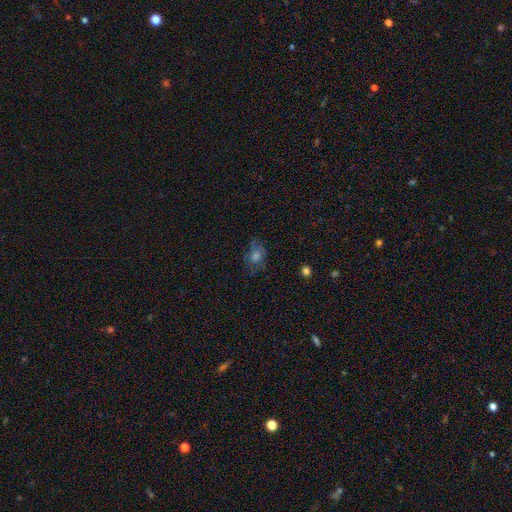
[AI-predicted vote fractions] A smooth galaxy with no disk features (46%). Merging: none (66%).